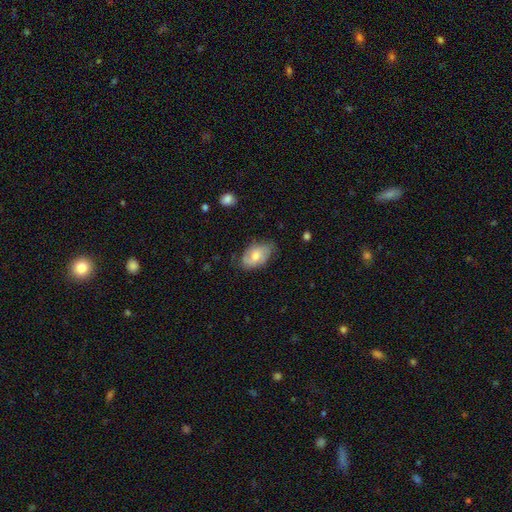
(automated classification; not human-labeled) Smooth or featured? smooth (54%)
How rounded? in between (91%)
Merging? none (65%)